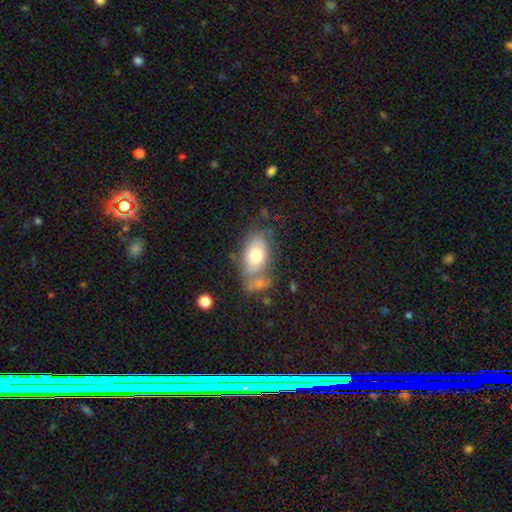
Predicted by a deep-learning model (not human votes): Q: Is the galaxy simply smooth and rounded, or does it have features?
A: smooth — 70%.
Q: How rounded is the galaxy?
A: in between — 88%.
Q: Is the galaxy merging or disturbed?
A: none — 51%.